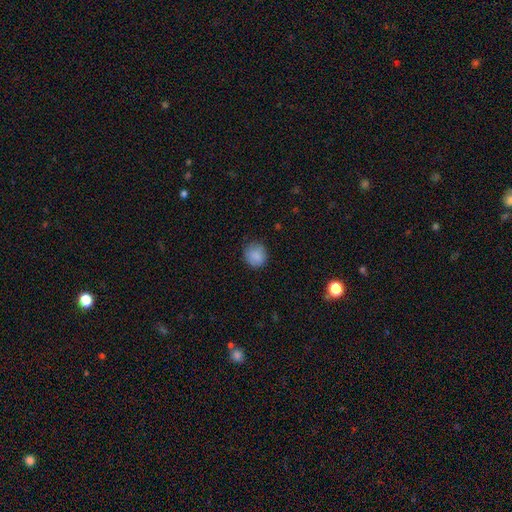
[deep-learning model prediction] A smooth galaxy with no disk features (86%) that is round (87%).

Vote fractions:
- Smooth or featured? smooth: 86% / star or artifact: 9% / featured or disk: 5%
- How rounded? round: 87% / in between: 12% / cigar-shaped: 1%
- Merging? none: 80% / minor disturbance: 16% / major disturbance: 3% / merger: 1%